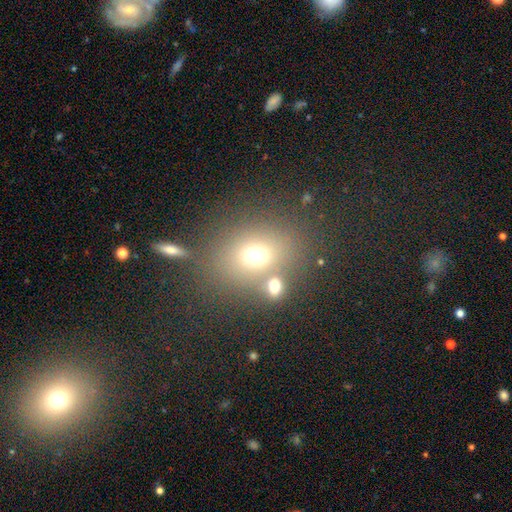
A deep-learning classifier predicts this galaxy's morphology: This is likely a smooth galaxy (68%). How rounded: possibly round (54%). Merging: likely none (63%).